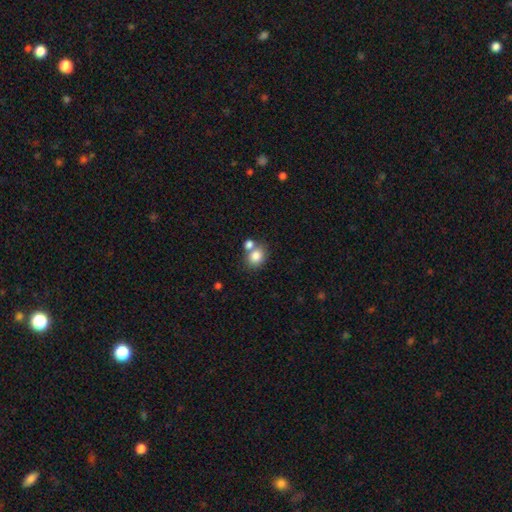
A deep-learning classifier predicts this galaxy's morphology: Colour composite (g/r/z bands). It shows a smooth galaxy with no disk features (82%) that is round (67%). Merging: none (55%).